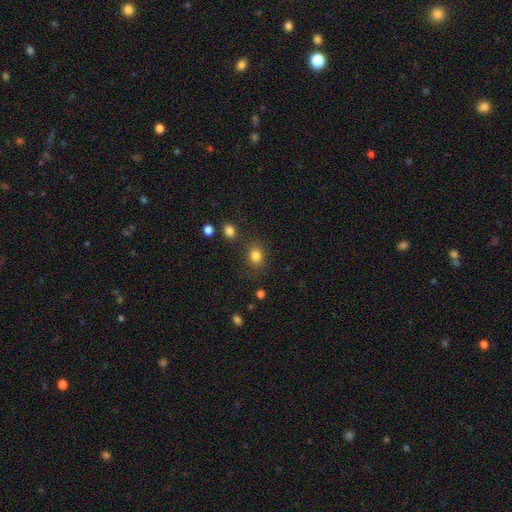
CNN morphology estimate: Smooth or featured? Predicted: smooth (p=0.83). How rounded? Predicted: round (p=0.62). Merging? Predicted: none (p=0.81).